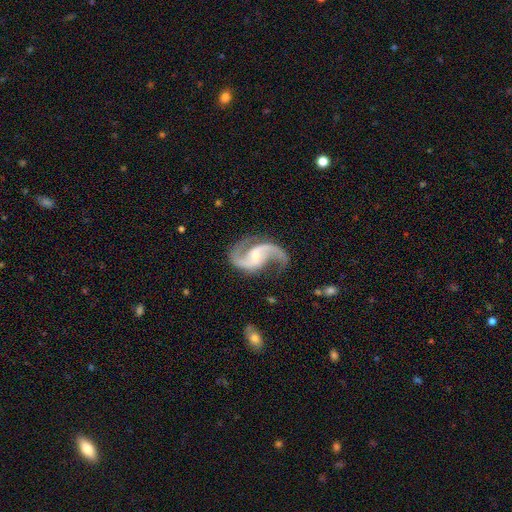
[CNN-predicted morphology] Q: Smooth or featured?
A: featured or disk (93%); runner-up: star or artifact (4%)
Q: Edge-on disk?
A: no (98%); runner-up: yes (2%)
Q: Bar?
A: weak (46%); runner-up: no (37%)
Q: Spiral arms?
A: yes (98%); runner-up: no (2%)
Q: Spiral winding?
A: loose (54%); runner-up: medium (39%)
Q: Spiral arm count?
A: 2 (94%); runner-up: 1 (2%)
Q: Bulge size?
A: small (49%); runner-up: moderate (35%)
Q: Merging?
A: none (74%); runner-up: minor disturbance (15%)